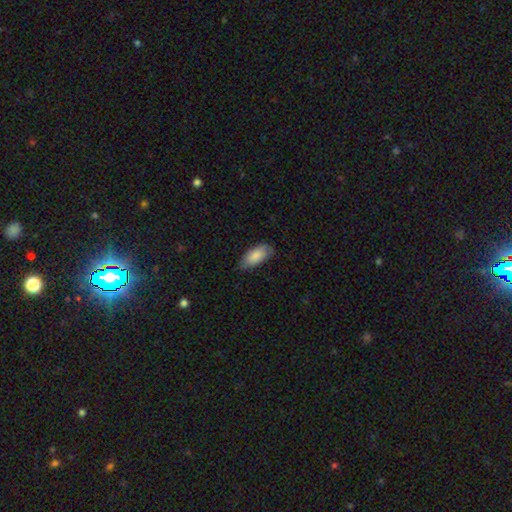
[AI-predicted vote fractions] smooth_or_featured: smooth (p=0.87) [alt: featured or disk p=0.08]
how_rounded: in between (p=0.89) [alt: cigar-shaped p=0.09]
merging: none (p=0.77) [alt: minor disturbance p=0.19]